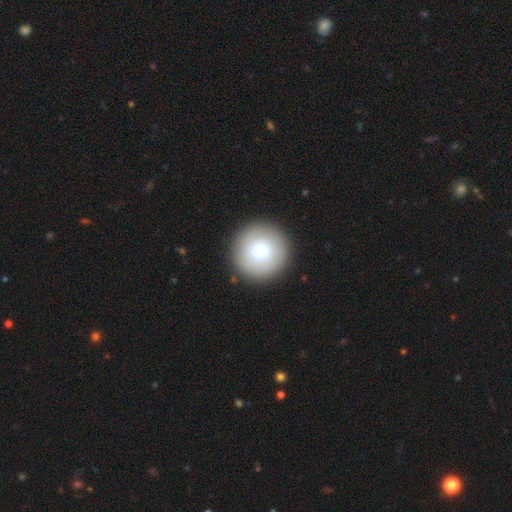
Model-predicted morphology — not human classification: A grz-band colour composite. It shows a smooth galaxy with no disk features (74%) that is round (97%). Merging: none (92%).